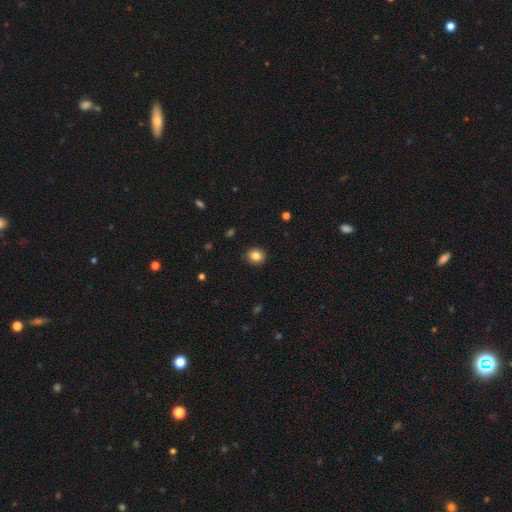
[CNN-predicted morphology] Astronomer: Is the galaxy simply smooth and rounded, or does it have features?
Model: smooth — 84%.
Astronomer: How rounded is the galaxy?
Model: round — 78%.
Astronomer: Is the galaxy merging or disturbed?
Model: none — 90%.